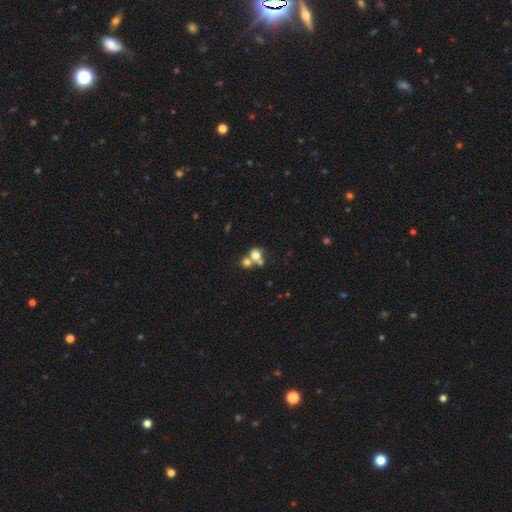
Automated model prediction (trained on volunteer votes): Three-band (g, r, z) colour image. It shows a smooth galaxy with no disk features (70%) that is round (75%). Merging: merger (55%).